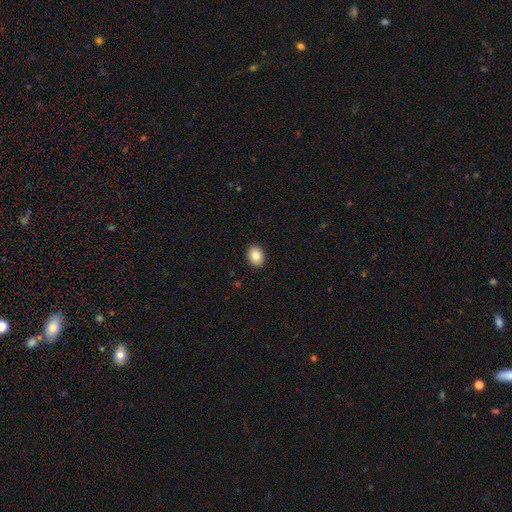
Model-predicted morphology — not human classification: A smooth galaxy with no disk features (85%) that is in between round and cigar-shaped (60%). Merging: none (92%).